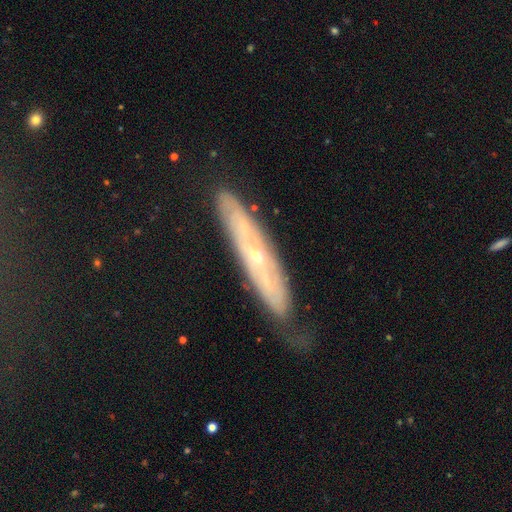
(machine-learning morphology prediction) A featured or disk galaxy (74%). Merging: none (70%).